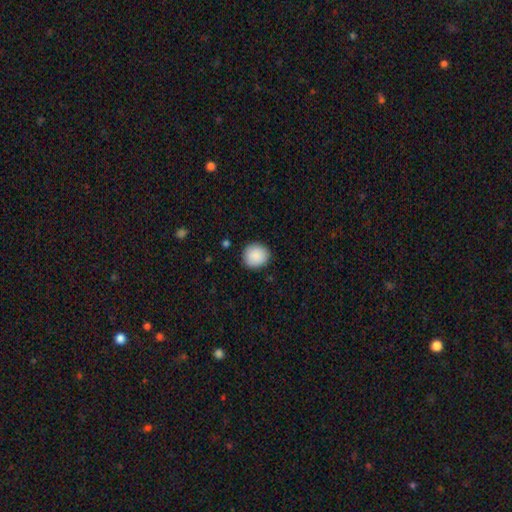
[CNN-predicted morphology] The model was most divided on "how rounded": round: 88%, in between: 11%, cigar-shaped: 1%. More confident: smooth or featured — smooth (89%); merging — none (88%).